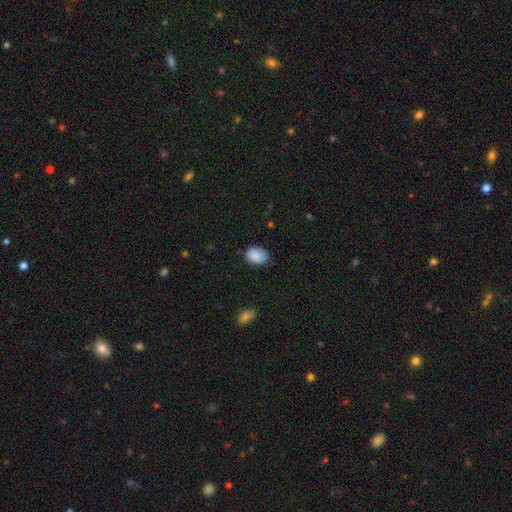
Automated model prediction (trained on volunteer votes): smooth 87%, star or artifact 8%, featured or disk 5%. Down the decision tree: how rounded — in between (69%); merging — none (72%).